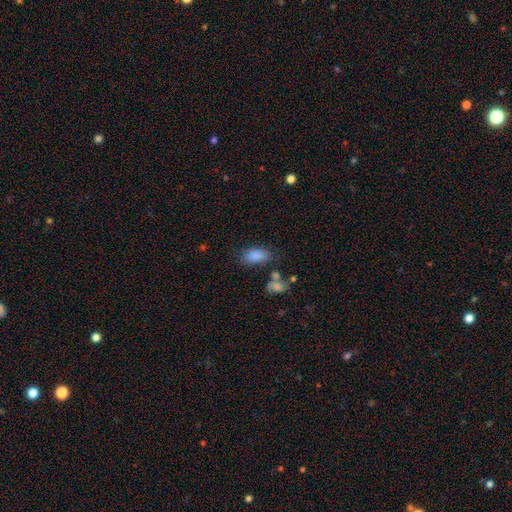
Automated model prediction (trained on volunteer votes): Morphology: type=smooth (85%); roundness=in between (91%); merging=none (66%).